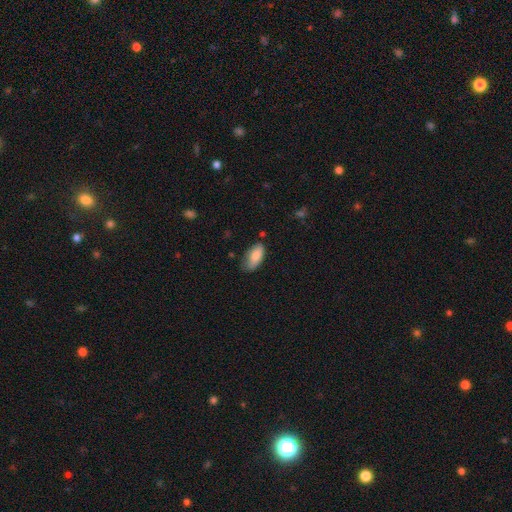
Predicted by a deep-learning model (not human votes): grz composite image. It shows a smooth galaxy with no disk features (82%) that is in between round and cigar-shaped (90%). Merging: none (61%).